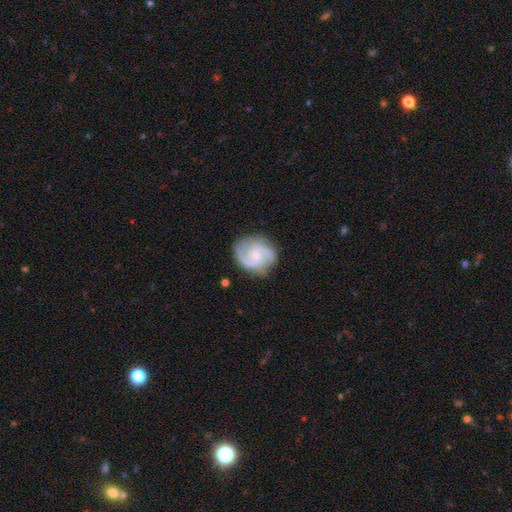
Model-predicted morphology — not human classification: smooth-or-featured: featured or disk: 86% | smooth: 9% | star or artifact: 5%
  disk-edge-on: no: 98% | yes: 2%
    bar: no: 53% | weak: 41% | strong: 7%
    has-spiral-arms: yes: 98% | no: 2%
      spiral-winding: medium: 55% | tight: 30% | loose: 16%
      spiral-arm-count: 2: 84% | 3: 7% | can't tell: 4% | 1: 2% | 4: 2% | more than 4: 2%
    bulge-size: small: 54% | moderate: 27% | none: 16% | large: 3% | dominant: 1%
  merging: none: 78% | minor disturbance: 15% | major disturbance: 5% | merger: 1%